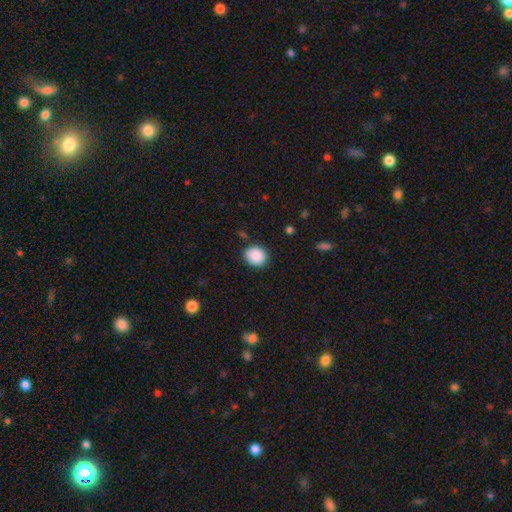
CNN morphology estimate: type=smooth (89%); roundness=round (78%); merging=none (86%).